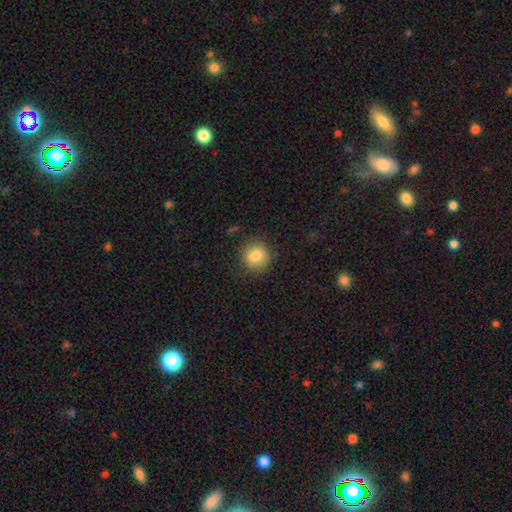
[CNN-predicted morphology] smooth-or-featured: smooth: 83% | star or artifact: 10% | featured or disk: 7%
  how-rounded: round: 90% | in between: 9% | cigar-shaped: 1%
  merging: none: 86% | minor disturbance: 10% | major disturbance: 3% | merger: 1%